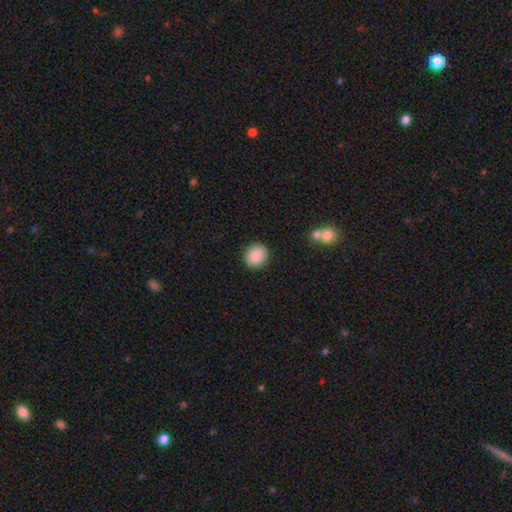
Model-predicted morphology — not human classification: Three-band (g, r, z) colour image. It shows a smooth galaxy with no disk features (88%) that is round (73%). Merging: none (89%).